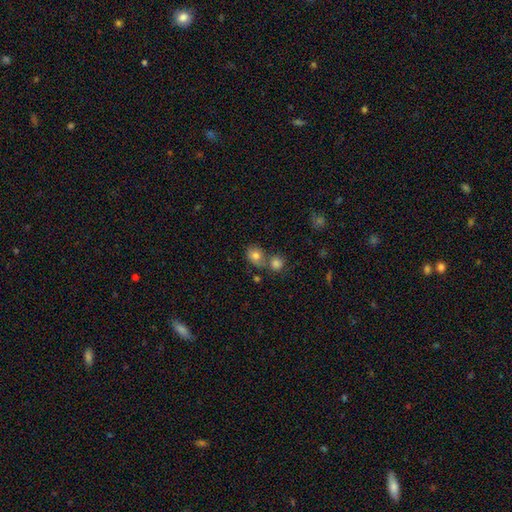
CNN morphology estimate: Smooth or featured: smooth — 78% (featured or disk — 11%)
How rounded: round — 67% (in between — 32%)
Merging: none — 46% (merger — 37%)